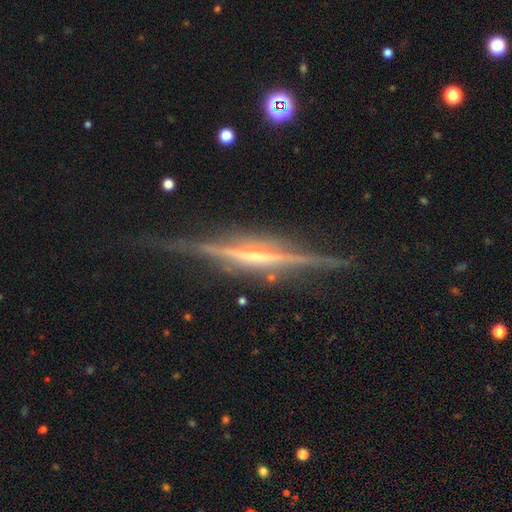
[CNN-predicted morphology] smooth_or_featured: featured or disk (p=0.88) [alt: smooth p=0.06]
disk_edge_on: yes (p=0.98) [alt: no p=0.02]
edge_on_bulge: rounded (p=0.49) [alt: none p=0.32]
merging: none (p=0.82) [alt: minor disturbance p=0.13]